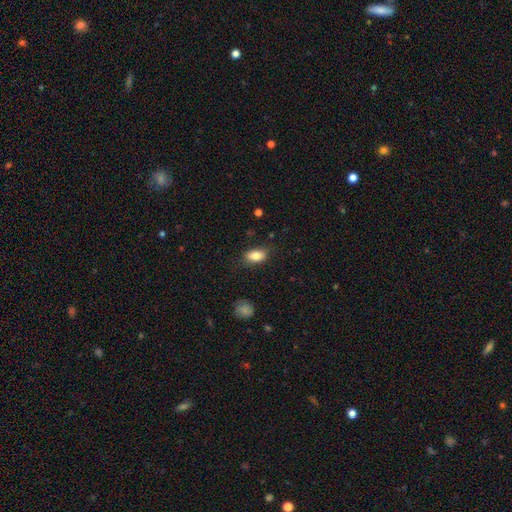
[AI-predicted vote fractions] Smooth or featured: smooth — 81% (featured or disk — 11%)
How rounded: in between — 87% (round — 8%)
Merging: none — 79% (minor disturbance — 16%)